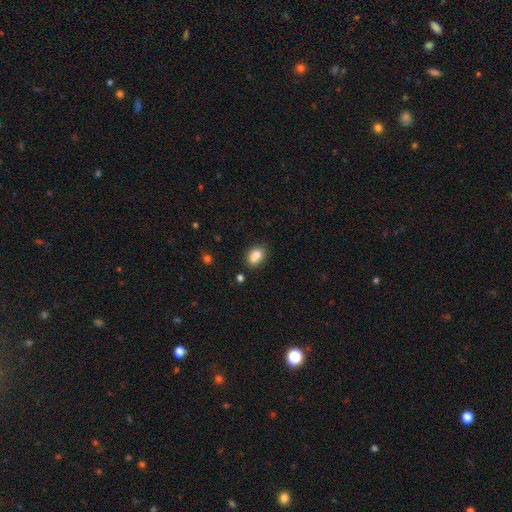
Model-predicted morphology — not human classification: smooth 78%, featured or disk 13%, star or artifact 10%. Down the decision tree: how rounded — in between (72%); merging — none (49%).